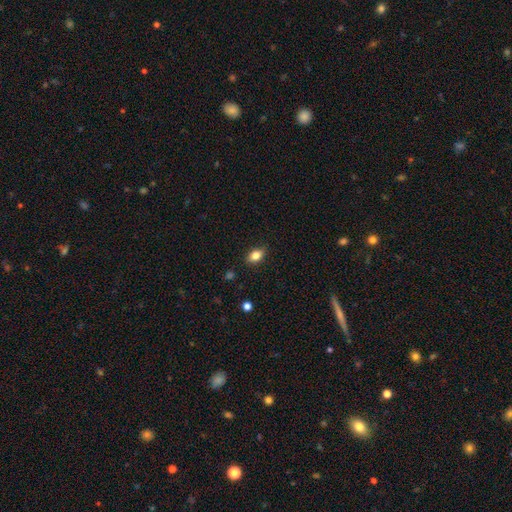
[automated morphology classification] A smooth galaxy with no disk features (82%) that is in between round and cigar-shaped (81%). Merging: none (85%).